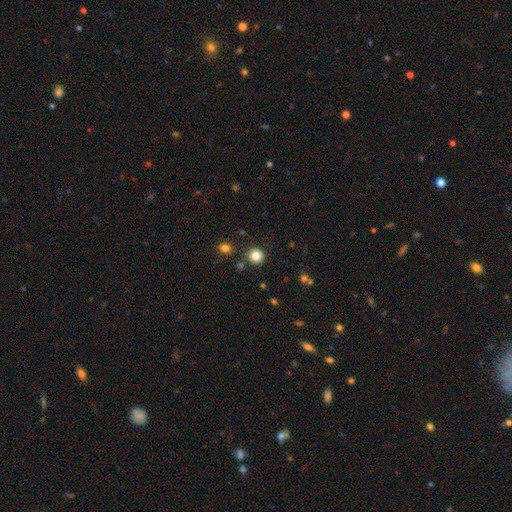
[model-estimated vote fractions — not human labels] Smooth or featured: smooth — 83% (star or artifact — 12%)
How rounded: round — 92% (in between — 7%)
Merging: none — 87% (minor disturbance — 7%)